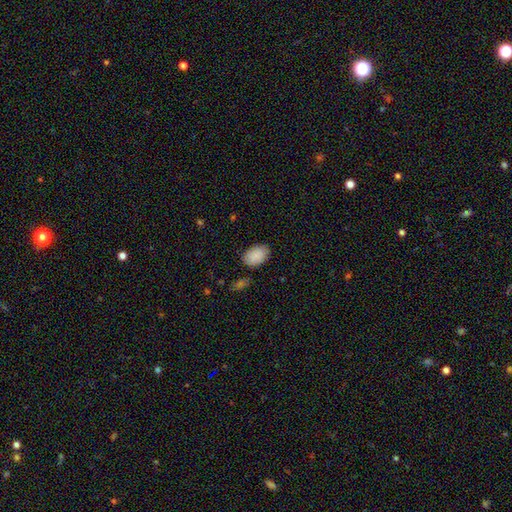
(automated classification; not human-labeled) smooth 90%, star or artifact 7%, featured or disk 4%. Down the decision tree: how rounded — in between (89%); merging — none (83%).